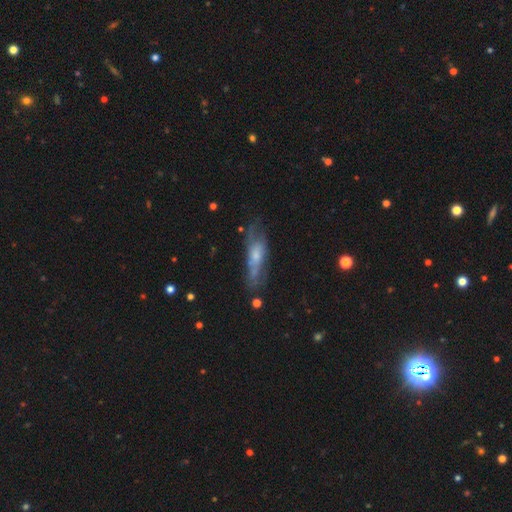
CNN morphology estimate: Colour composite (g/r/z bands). It shows a featured or disk galaxy (55%). Merging: none (56%).